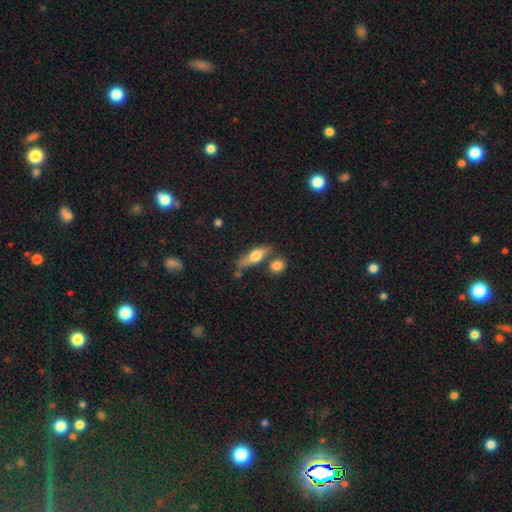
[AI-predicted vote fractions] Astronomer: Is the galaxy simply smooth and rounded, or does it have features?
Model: smooth — 60%.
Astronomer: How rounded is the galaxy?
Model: in between — 52% (runner-up: cigar-shaped, 43%).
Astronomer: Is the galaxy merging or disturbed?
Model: none — 61%.